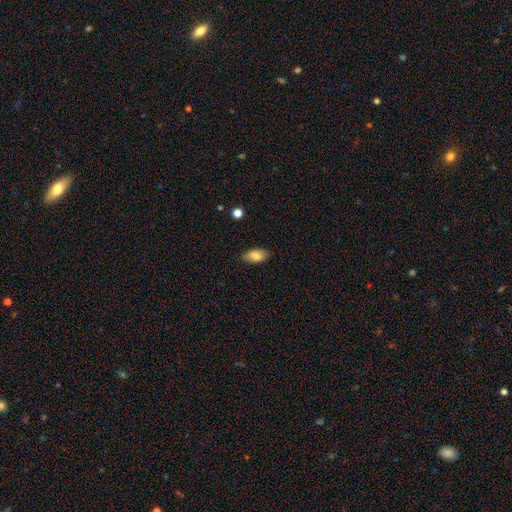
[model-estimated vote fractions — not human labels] A smooth galaxy with no disk features (84%) that is in between round and cigar-shaped (92%). Merging: none (83%).